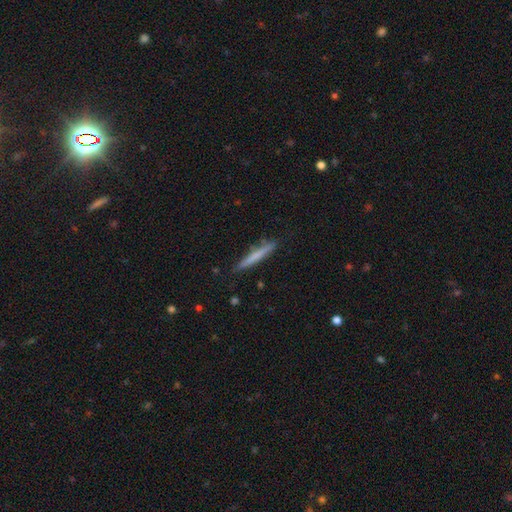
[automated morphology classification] A smooth galaxy with no disk features (62%) that is cigar-shaped (96%).

Vote fractions:
- Smooth or featured? smooth: 62% / featured or disk: 33% / star or artifact: 6%
- How rounded? cigar-shaped: 96% / in between: 3% / round: 1%
- Merging? none: 87% / minor disturbance: 10% / major disturbance: 2% / merger: 2%